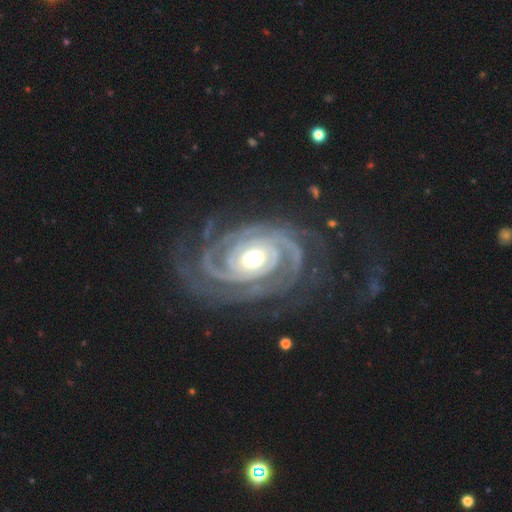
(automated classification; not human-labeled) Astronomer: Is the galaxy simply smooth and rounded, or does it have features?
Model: featured or disk — 93%.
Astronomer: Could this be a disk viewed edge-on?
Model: no — 97%.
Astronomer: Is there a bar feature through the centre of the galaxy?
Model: no — 56%.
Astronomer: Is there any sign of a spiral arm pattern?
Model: yes — 99%.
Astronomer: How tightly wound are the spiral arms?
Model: tight — 78%.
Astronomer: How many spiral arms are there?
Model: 2 — 34% (runner-up: 3, 29%).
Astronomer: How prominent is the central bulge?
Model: moderate — 69%.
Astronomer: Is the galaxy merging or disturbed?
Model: none — 72%.